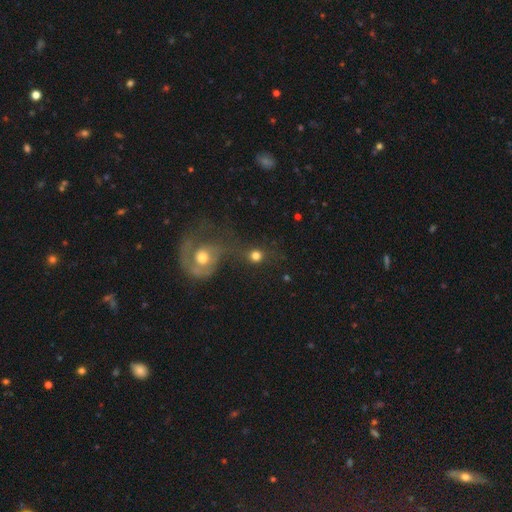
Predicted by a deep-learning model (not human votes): Overall: smooth (72%). How rounded: round (86%). Merging: none (48%; merger 30%).